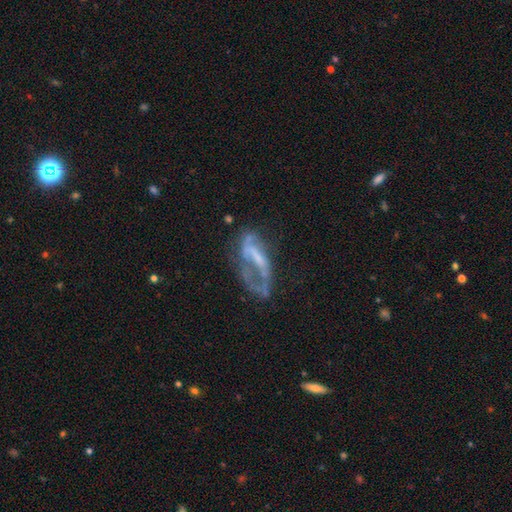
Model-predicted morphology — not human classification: Q: Smooth or featured?
A: featured or disk (68%); runner-up: smooth (22%)
Q: Edge-on disk?
A: no (89%); runner-up: yes (11%)
Q: Bar?
A: no (38%); runner-up: weak (33%)
Q: Spiral arms?
A: yes (50%); tied with: no (50%)
Q: Bulge size?
A: none (44%); runner-up: small (30%)
Q: Merging?
A: major disturbance (38%); runner-up: none (35%)